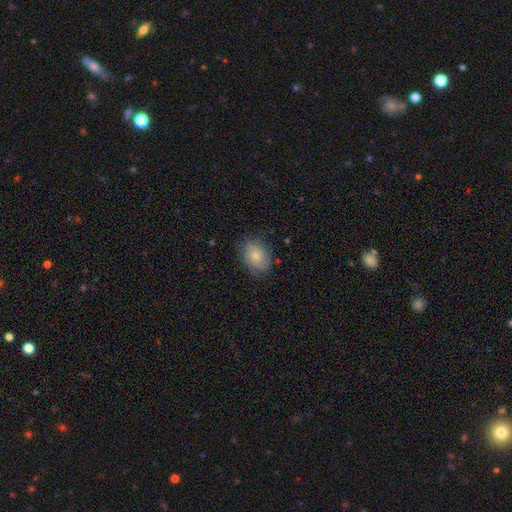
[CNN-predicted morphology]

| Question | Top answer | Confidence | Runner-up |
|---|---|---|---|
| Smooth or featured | smooth | 69% | featured or disk (23%) |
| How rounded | in between | 72% | round (27%) |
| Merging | none | 77% | minor disturbance (17%) |